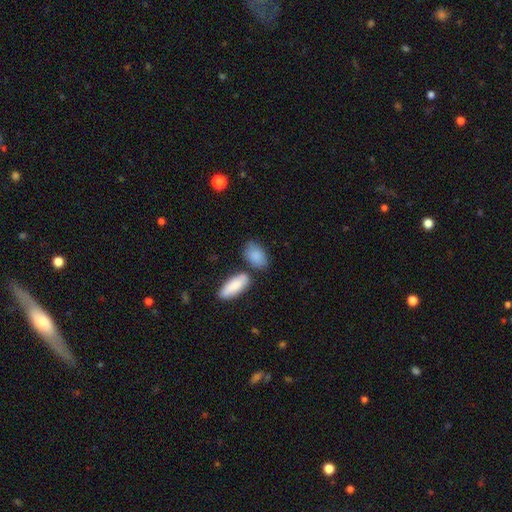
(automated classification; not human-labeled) Smooth or featured: smooth — 86% (featured or disk — 8%)
How rounded: in between — 90% (round — 7%)
Merging: none — 58% (minor disturbance — 19%)